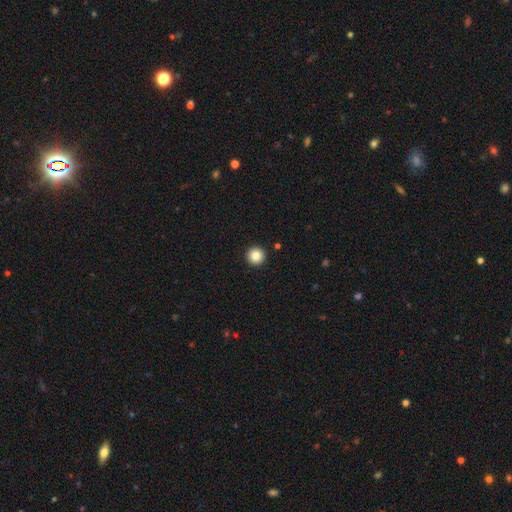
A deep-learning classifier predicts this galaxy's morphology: A smooth galaxy with no disk features (86%) that is round (96%). Merging: none (94%).